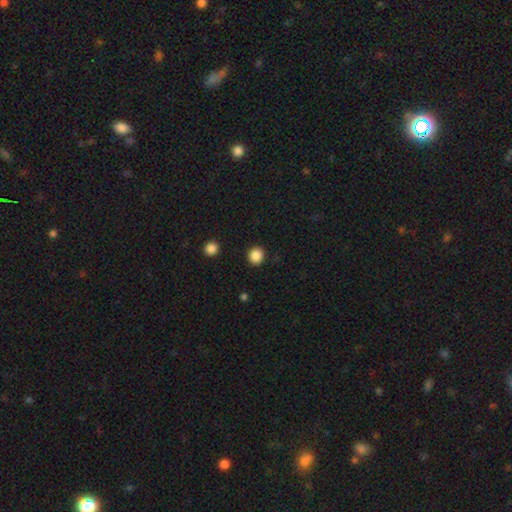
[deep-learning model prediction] The model was most divided on "how rounded": round: 86%, in between: 13%, cigar-shaped: 1%. More confident: merging — none (91%); smooth or featured — smooth (87%).